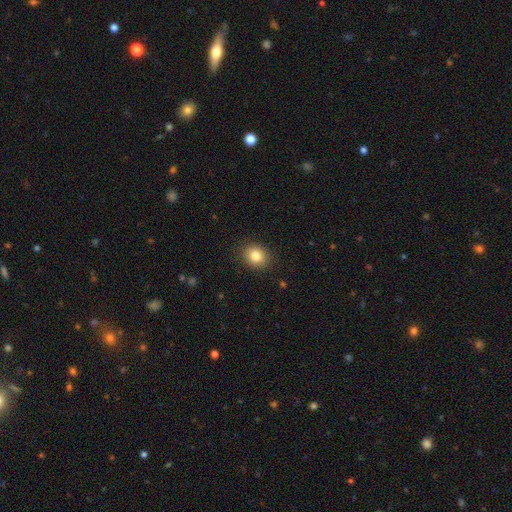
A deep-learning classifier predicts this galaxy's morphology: smooth 83%, star or artifact 10%, featured or disk 7%. Down the decision tree: how rounded — round (63%); merging — none (88%).